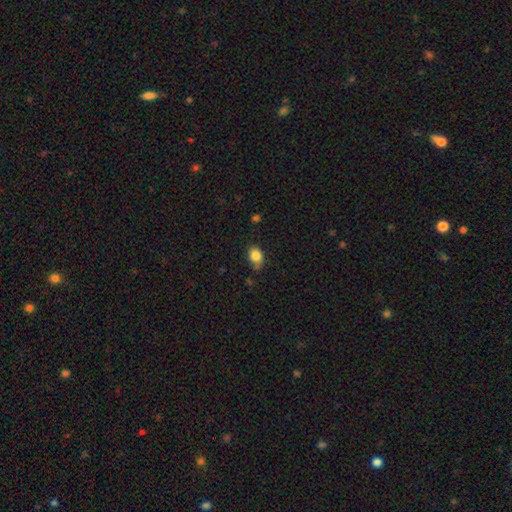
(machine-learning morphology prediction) Smooth or featured? Predicted: smooth (p=0.85). How rounded? Predicted: in between (p=0.67). Merging? Predicted: none (p=0.70).